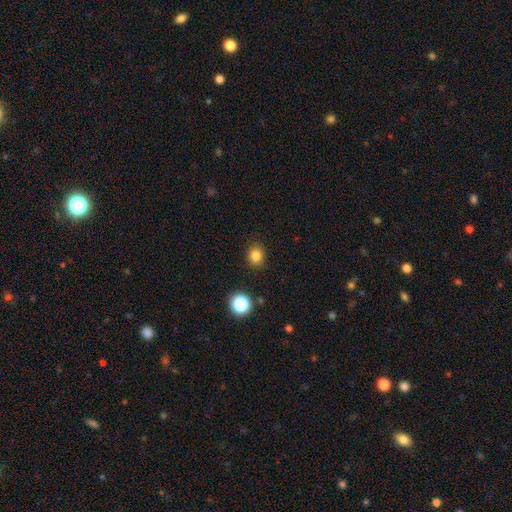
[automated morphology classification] Smooth or featured?
  - smooth: 82% *
  - star or artifact: 13%
  - featured or disk: 5%
How rounded?
  - round: 79% *
  - in between: 20%
  - cigar-shaped: 1%
Merging?
  - none: 89% *
  - minor disturbance: 7%
  - major disturbance: 2%
  - merger: 1%